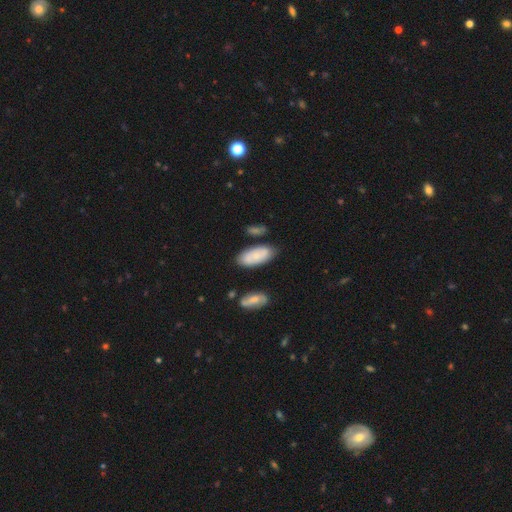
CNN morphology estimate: A smooth galaxy with no disk features (72%) that is in between round and cigar-shaped (90%). Merging: none (75%).